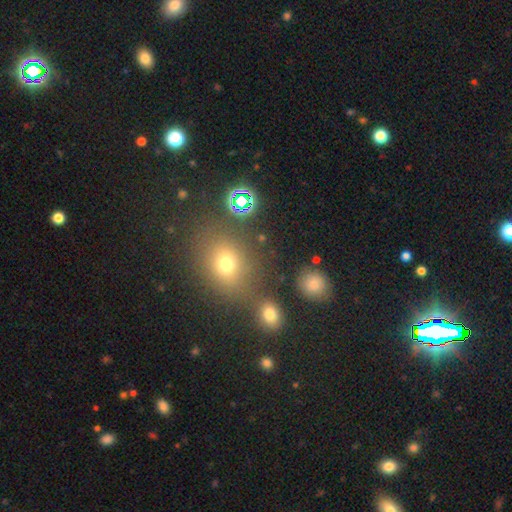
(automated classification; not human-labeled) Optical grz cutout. It shows a smooth galaxy with no disk features (55%) that is round (56%). Merging: none (78%).